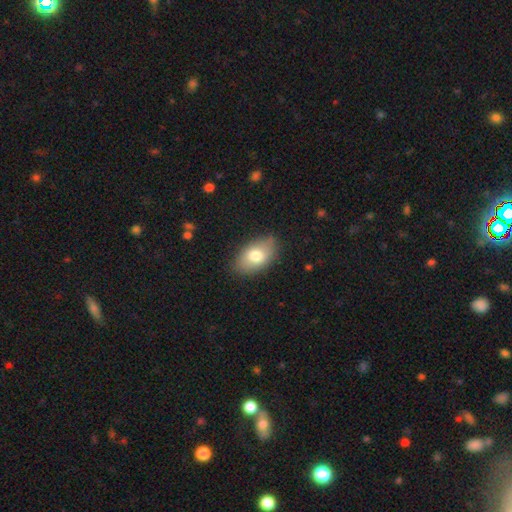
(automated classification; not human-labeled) smooth-or-featured: smooth: 76% | featured or disk: 16% | star or artifact: 7%
  how-rounded: in between: 91% | round: 7% | cigar-shaped: 2%
  merging: none: 80% | minor disturbance: 15% | major disturbance: 3% | merger: 1%